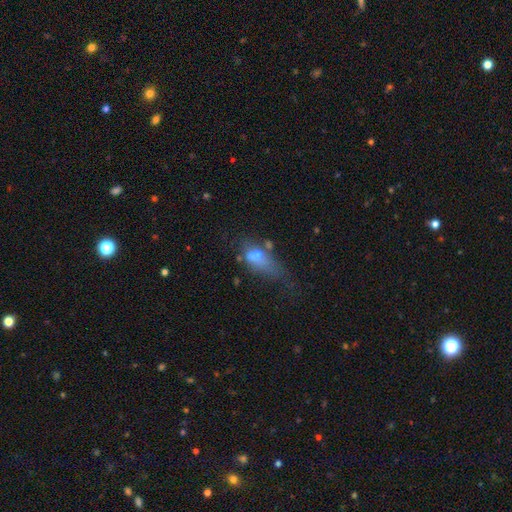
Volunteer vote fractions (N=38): smooth_or_featured: smooth (p=0.50) [alt: featured or disk p=0.45]
how_rounded: in between (p=0.74) [alt: cigar-shaped p=0.16]
merging: minor disturbance (p=0.33) [alt: major disturbance p=0.31]